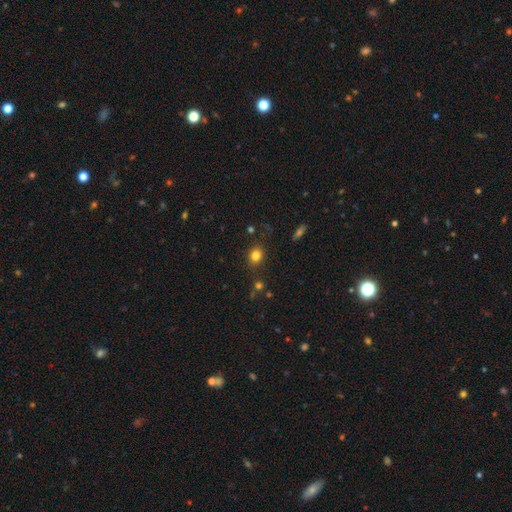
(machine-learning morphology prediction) Q: Smooth or featured?
A: smooth (81%); runner-up: star or artifact (13%)
Q: How rounded?
A: round (60%); runner-up: in between (39%)
Q: Merging?
A: none (83%); runner-up: minor disturbance (10%)